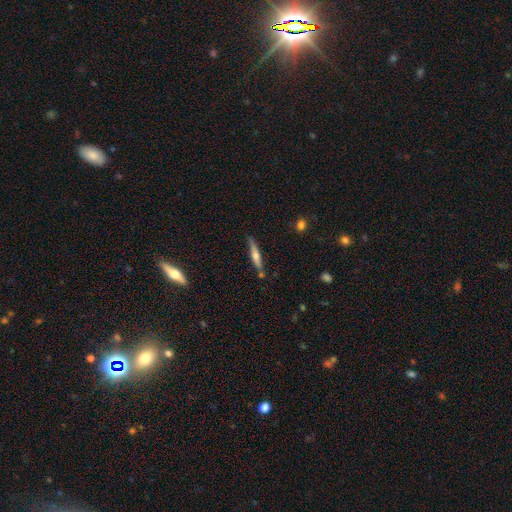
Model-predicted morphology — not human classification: type=featured or disk (49%); merging=none (77%).